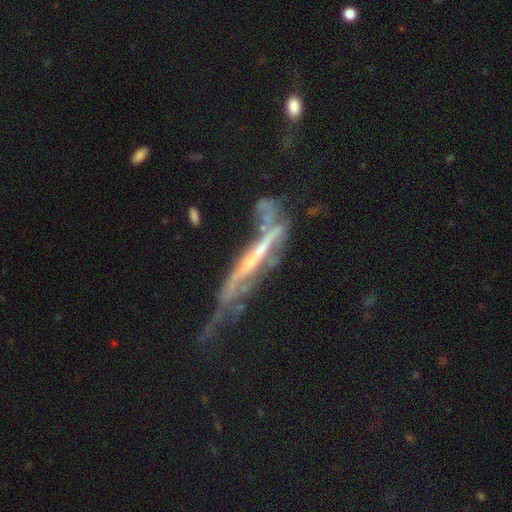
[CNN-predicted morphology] type=featured or disk (75%); edge-on=yes (63%); merging=major disturbance (34%).